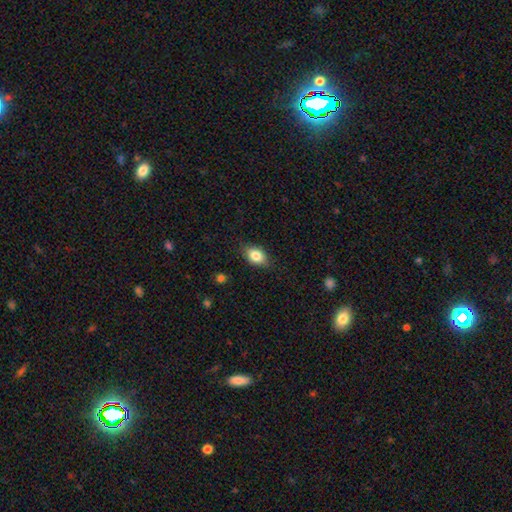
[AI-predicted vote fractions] Smooth or featured? smooth (83%)
How rounded? in between (81%)
Merging? none (82%)